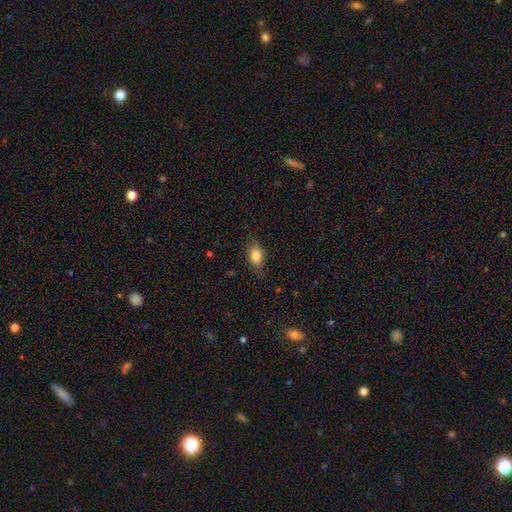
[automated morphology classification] This appears to be a smooth galaxy with no disk features (80%) that is in between round and cigar-shaped (79%). Merging: none (79%).